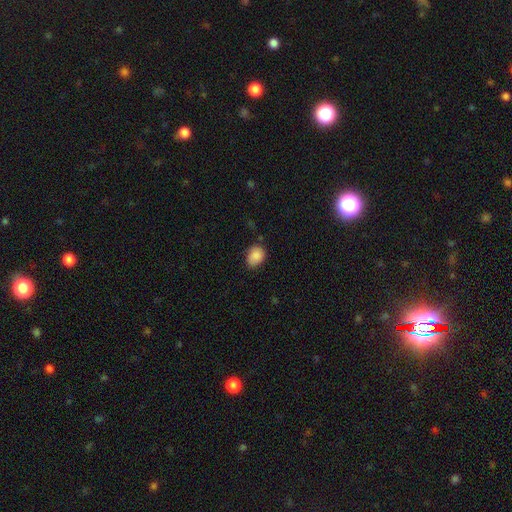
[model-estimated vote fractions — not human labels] smooth 86%, star or artifact 8%, featured or disk 6%. Down the decision tree: how rounded — in between (63%); merging — none (66%).